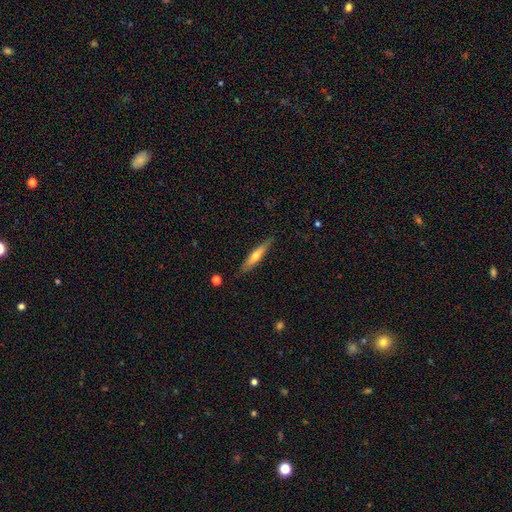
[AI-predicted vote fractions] smooth_or_featured: smooth (p=0.52) [alt: featured or disk p=0.42]
how_rounded: cigar-shaped (p=0.84) [alt: in between p=0.14]
merging: none (p=0.86) [alt: minor disturbance p=0.11]